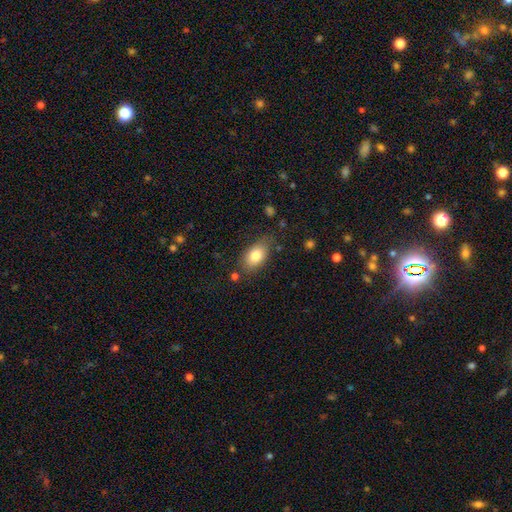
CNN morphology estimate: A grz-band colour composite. It shows a smooth galaxy with no disk features (81%) that is in between round and cigar-shaped (89%). Merging: none (74%).